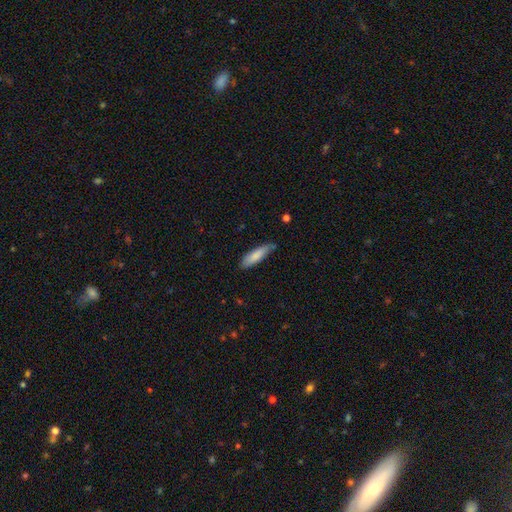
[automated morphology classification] smooth 82%, featured or disk 13%, star or artifact 6%. Down the decision tree: how rounded — cigar-shaped (65%); merging — none (72%).